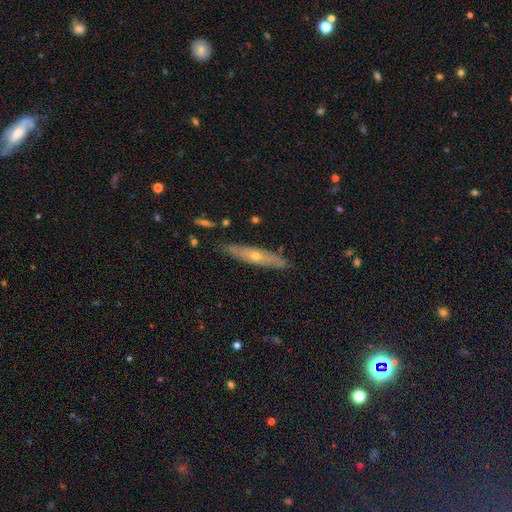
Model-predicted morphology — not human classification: type=featured or disk (60%); edge-on=yes (73%); merging=none (82%).